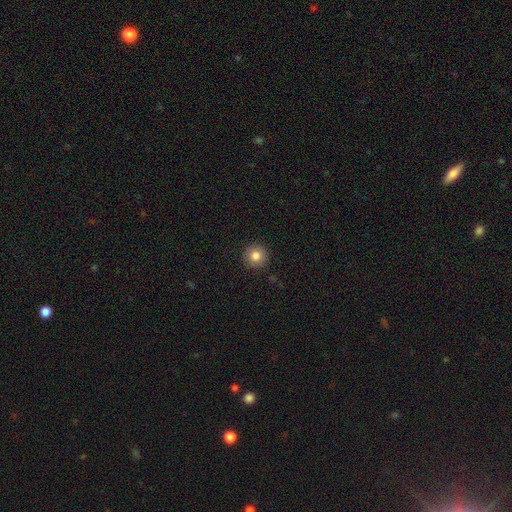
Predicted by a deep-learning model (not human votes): smooth_or_featured: smooth (p=0.83) [alt: star or artifact p=0.10]
how_rounded: round (p=0.95) [alt: in between p=0.04]
merging: none (p=0.92) [alt: minor disturbance p=0.05]